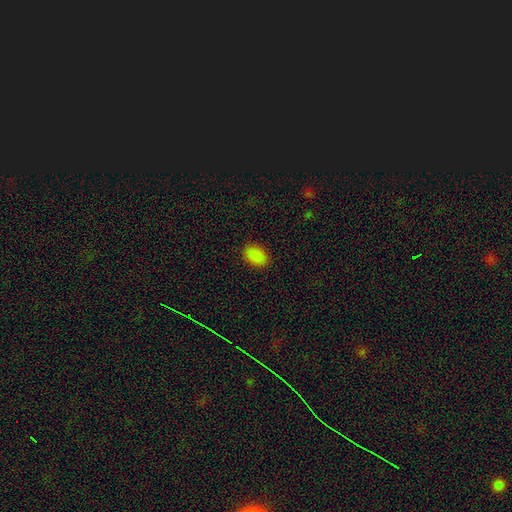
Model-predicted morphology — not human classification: This appears to be a smooth galaxy with no disk features (88%) that is in between round and cigar-shaped (87%). Merging: none (88%).